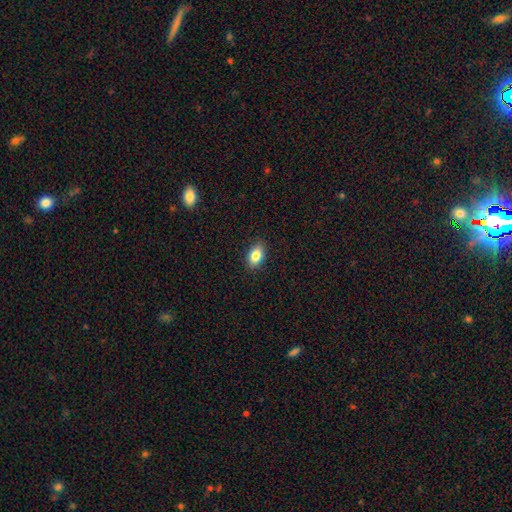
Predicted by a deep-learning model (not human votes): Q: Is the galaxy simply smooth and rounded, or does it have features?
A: smooth — 84%.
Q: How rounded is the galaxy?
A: in between — 89%.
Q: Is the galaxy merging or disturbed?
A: none — 88%.